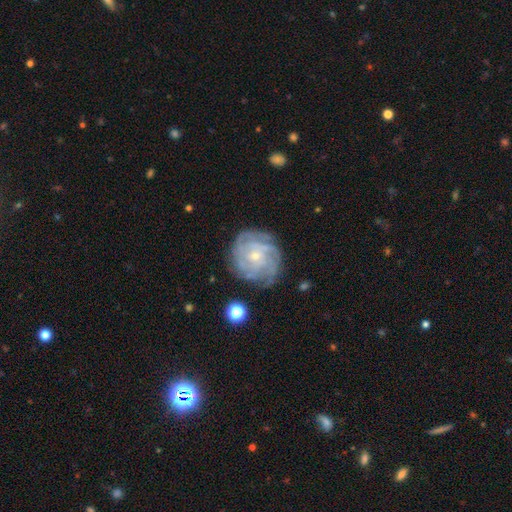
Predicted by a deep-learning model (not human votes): This is clearly a featured or disk galaxy (81%). It is clearly not viewed edge-on (97%). Bar: likely no (78%). Spiral arm pattern: clearly yes (92%). Spiral arm count: marginally can't tell (35%). Spiral winding: likely tight (69%). Central bulge: likely small (79%). Merging: likely none (74%).